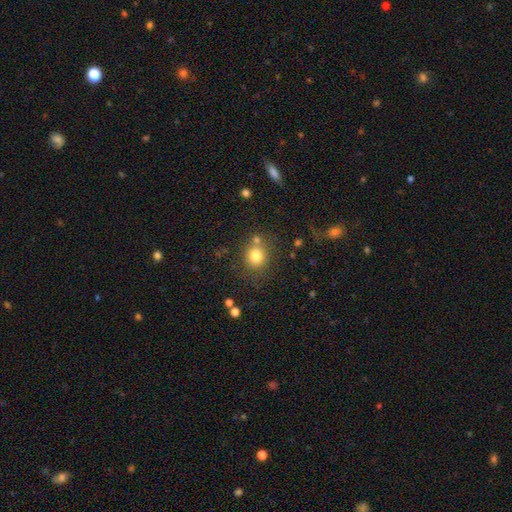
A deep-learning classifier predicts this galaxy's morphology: A smooth galaxy with no disk features (78%) that is round (84%). Merging: none (72%).